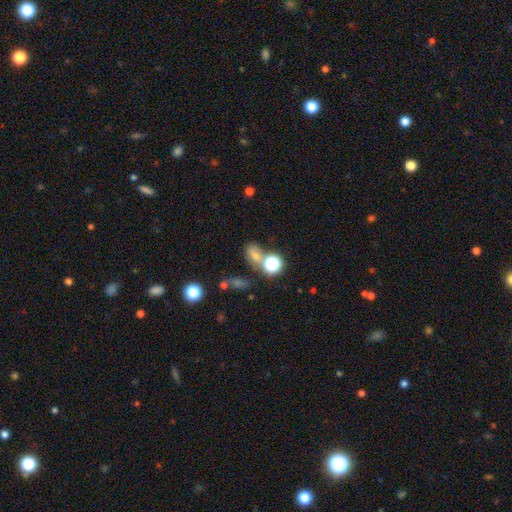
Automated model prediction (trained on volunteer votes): smooth 61%, star or artifact 28%, featured or disk 11%. Down the decision tree: how rounded — in between (59%); merging — none (51%).